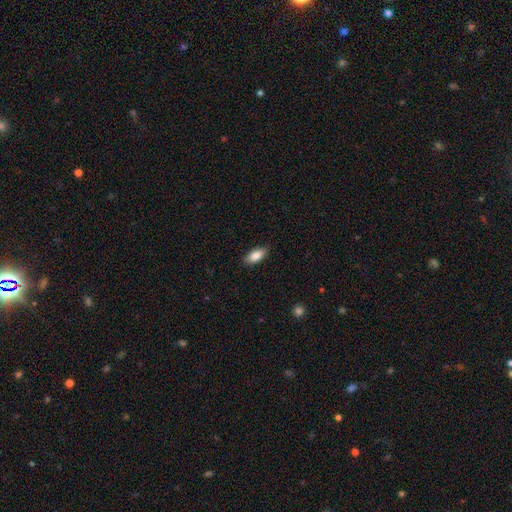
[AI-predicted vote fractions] Smooth or featured? smooth (86%)
How rounded? in between (89%)
Merging? none (87%)